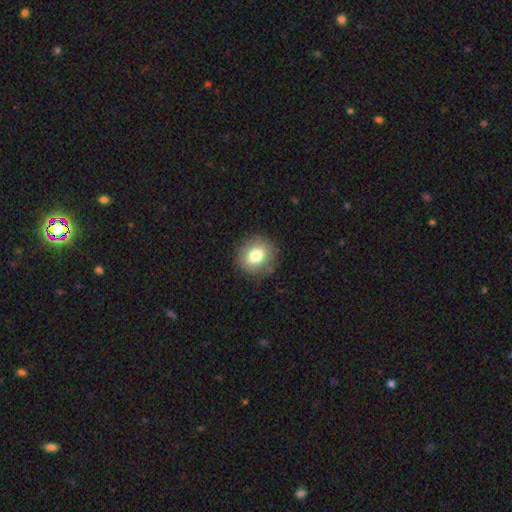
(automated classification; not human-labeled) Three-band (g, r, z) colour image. It shows a smooth galaxy with no disk features (78%) that is round (81%). Merging: none (87%).